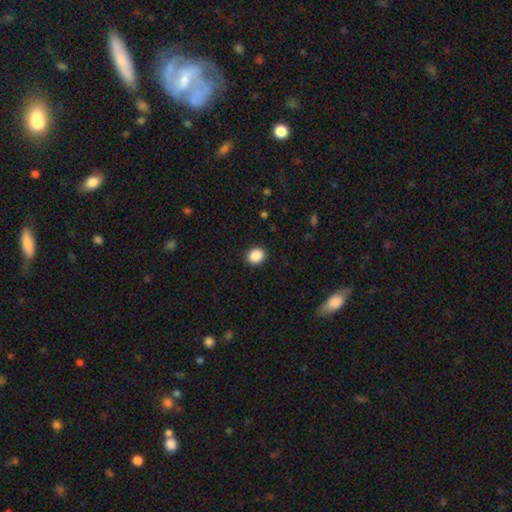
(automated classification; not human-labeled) Smooth or featured?
  - smooth: 89% *
  - star or artifact: 8%
  - featured or disk: 3%
How rounded?
  - round: 62% *
  - in between: 37%
  - cigar-shaped: 1%
Merging?
  - none: 91% *
  - minor disturbance: 6%
  - major disturbance: 2%
  - merger: 1%